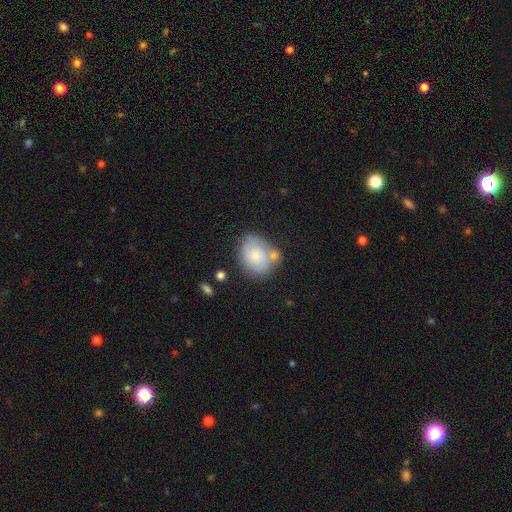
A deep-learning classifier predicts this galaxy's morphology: A smooth galaxy with no disk features (74%) that is in between round and cigar-shaped (60%).

Vote fractions:
- Smooth or featured? smooth: 74% / featured or disk: 20% / star or artifact: 7%
- How rounded? in between: 60% / round: 39% / cigar-shaped: 1%
- Merging? none: 49% / merger: 24% / minor disturbance: 20% / major disturbance: 7%